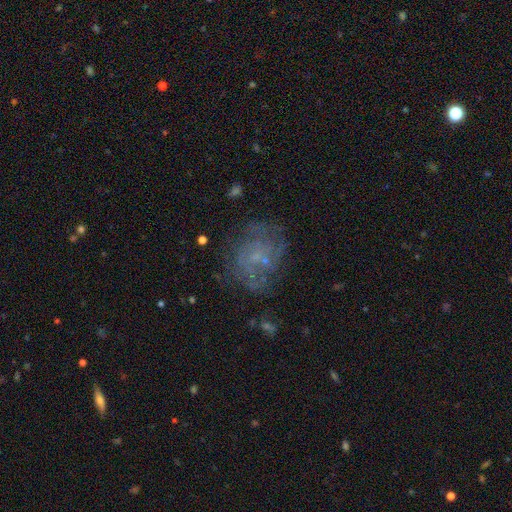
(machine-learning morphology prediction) Smooth or featured? featured or disk (59%)
Edge-on disk? no (98%)
Bar? no (74%)
Spiral arms? yes (64%)
Bulge size? small (51%)
Merging? none (62%)